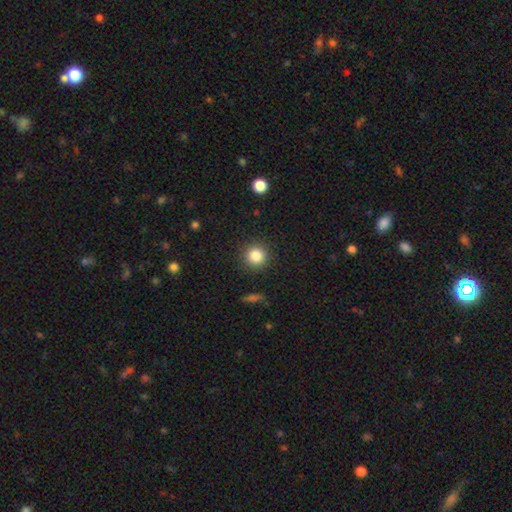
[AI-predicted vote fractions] This is clearly a smooth galaxy (84%). How rounded: clearly round (94%). Merging: clearly none (90%).